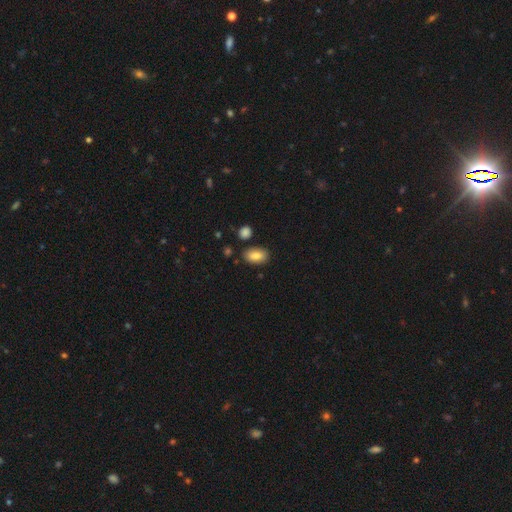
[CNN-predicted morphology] Overall: smooth (85%). How rounded: in between (91%). Merging: none (83%).